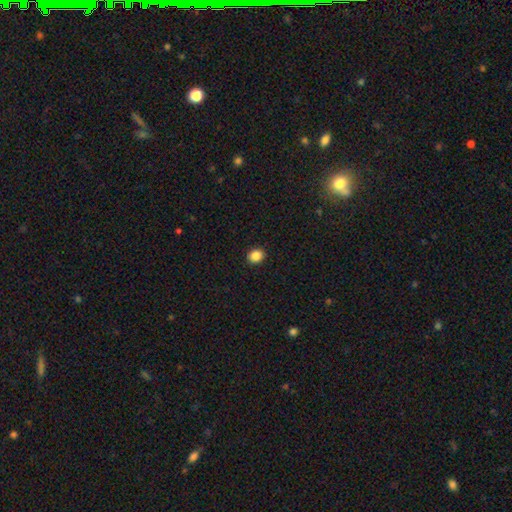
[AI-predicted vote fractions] A smooth galaxy with no disk features (86%) that is round (66%). Merging: none (92%).